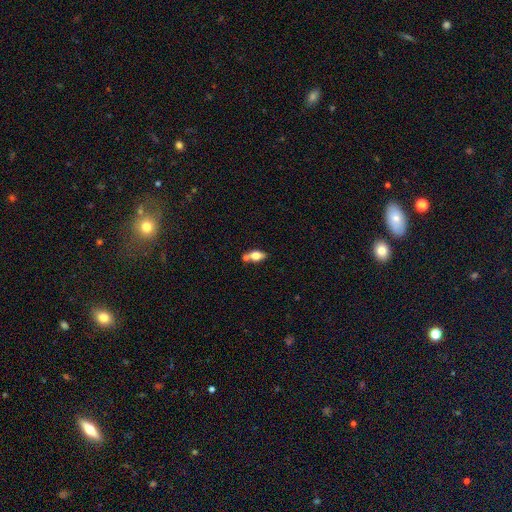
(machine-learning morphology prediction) Smooth or featured: smooth — 65% (featured or disk — 27%)
How rounded: in between — 81% (cigar-shaped — 11%)
Merging: none — 51% (merger — 29%)